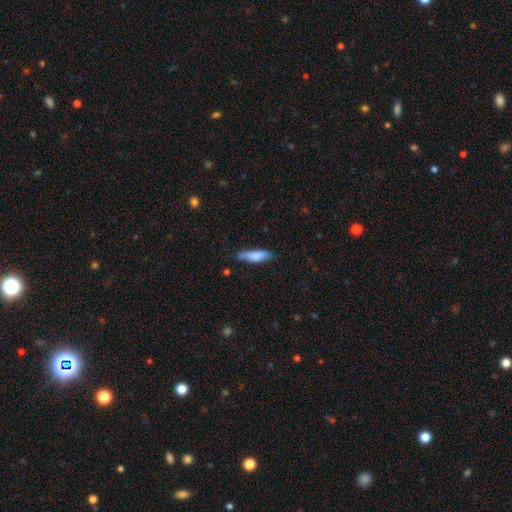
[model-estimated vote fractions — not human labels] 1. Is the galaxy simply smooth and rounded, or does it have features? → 75% smooth, 19% featured or disk, 6% star or artifact.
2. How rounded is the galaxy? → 66% cigar-shaped, 32% in between, 2% round.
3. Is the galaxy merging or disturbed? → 72% none, 22% minor disturbance, 4% major disturbance, 2% merger.